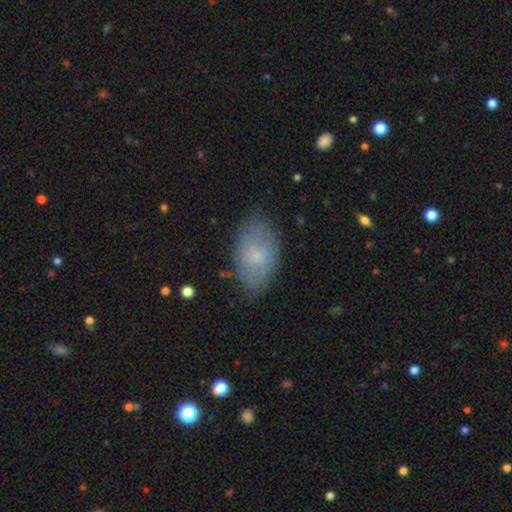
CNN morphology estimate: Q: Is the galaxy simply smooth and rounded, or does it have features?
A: smooth — 61%.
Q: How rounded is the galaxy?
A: in between — 93%.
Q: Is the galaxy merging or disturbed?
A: none — 75%.